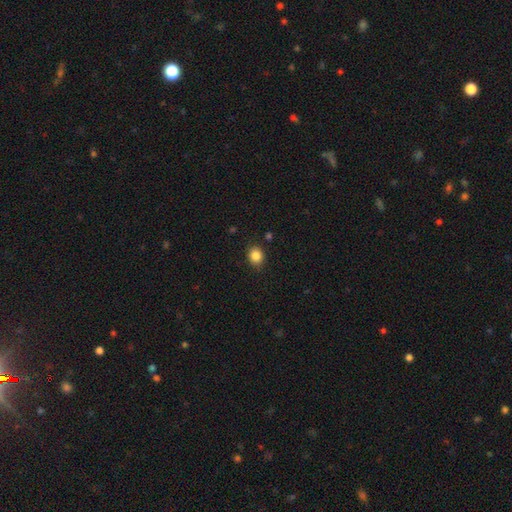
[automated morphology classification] The model was most divided on "how rounded": round: 64%, in between: 36%, cigar-shaped: 1%. More confident: merging — none (87%); smooth or featured — smooth (85%).